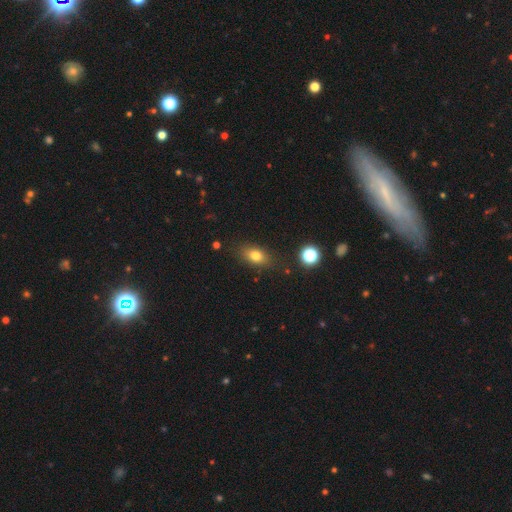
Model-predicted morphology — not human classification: A smooth galaxy with no disk features (78%) that is in between round and cigar-shaped (79%).

Vote fractions:
- Smooth or featured? smooth: 78% / star or artifact: 12% / featured or disk: 11%
- How rounded? in between: 79% / round: 16% / cigar-shaped: 5%
- Merging? none: 82% / minor disturbance: 12% / major disturbance: 3% / merger: 2%